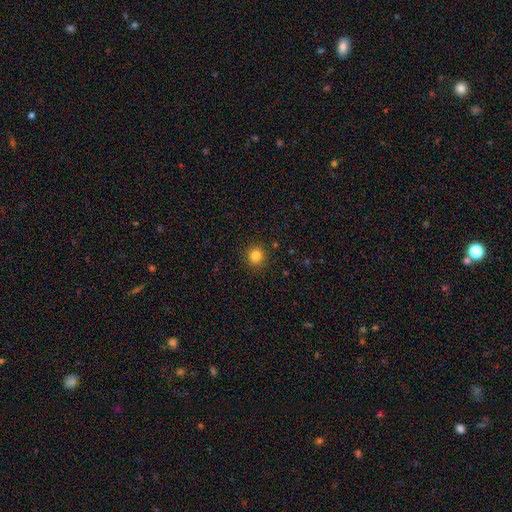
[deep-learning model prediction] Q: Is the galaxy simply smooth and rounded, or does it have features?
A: smooth — 83%.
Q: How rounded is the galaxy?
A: round — 92%.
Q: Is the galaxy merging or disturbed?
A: none — 91%.